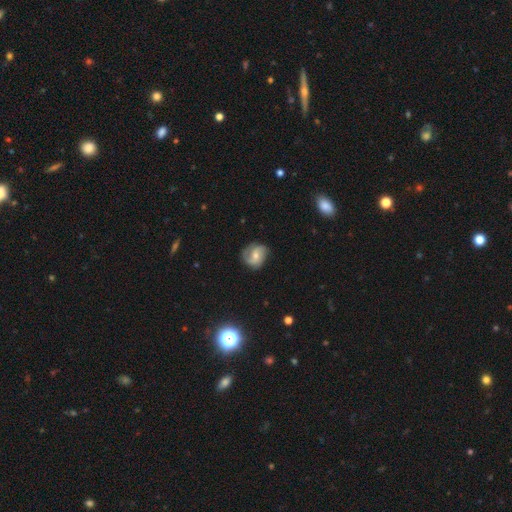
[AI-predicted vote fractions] Overall: featured or disk (67%). Edge-on disk: no (97%). Bar: no (49%; weak 39%). Spiral arms: yes (91%). Spiral arm count: 2 (66%). Spiral winding: medium (45%; tight 31%). Bulge size: moderate (53%; small 42%). Merging: none (71%).